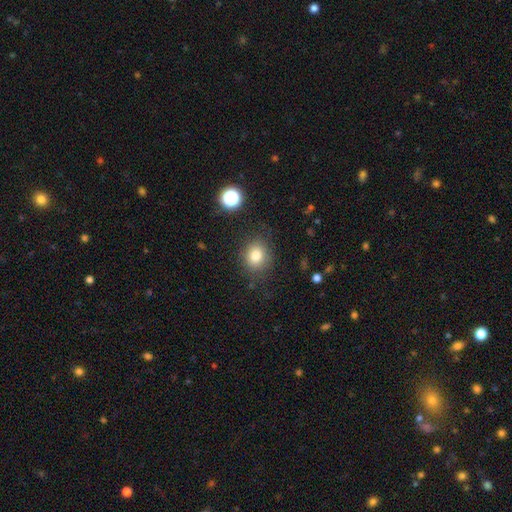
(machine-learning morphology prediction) A smooth galaxy with no disk features (80%) that is round (69%).

Vote fractions:
- Smooth or featured? smooth: 80% / star or artifact: 12% / featured or disk: 8%
- How rounded? round: 69% / in between: 30% / cigar-shaped: 1%
- Merging? none: 82% / minor disturbance: 12% / major disturbance: 4% / merger: 2%